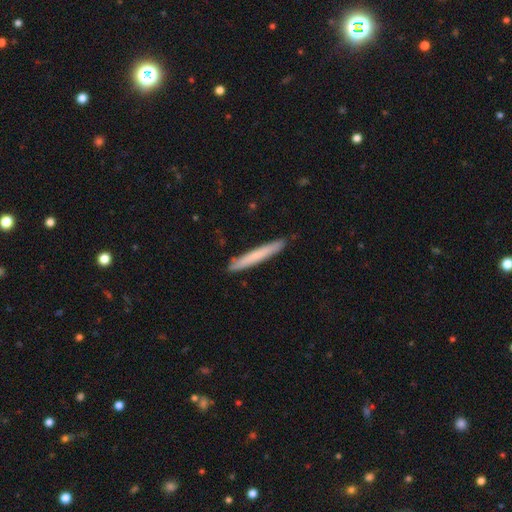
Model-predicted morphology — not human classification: Smooth or featured? Predicted: smooth (p=0.69). How rounded? Predicted: cigar-shaped (p=0.96). Merging? Predicted: none (p=0.90).